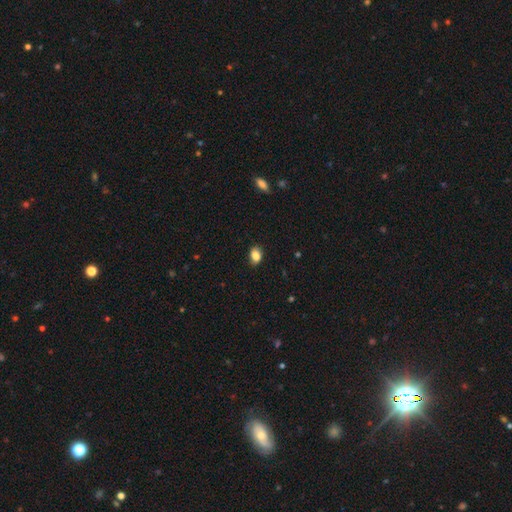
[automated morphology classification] type=smooth (85%); roundness=in between (76%); merging=none (82%).